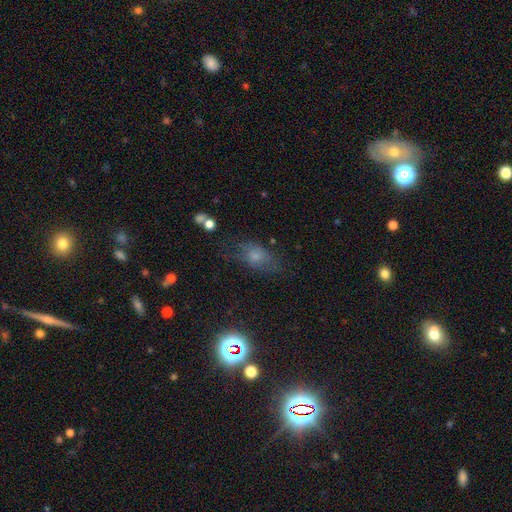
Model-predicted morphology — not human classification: Q: Smooth or featured?
A: smooth (60%); runner-up: featured or disk (22%)
Q: How rounded?
A: in between (79%); runner-up: round (16%)
Q: Merging?
A: none (57%); runner-up: minor disturbance (24%)